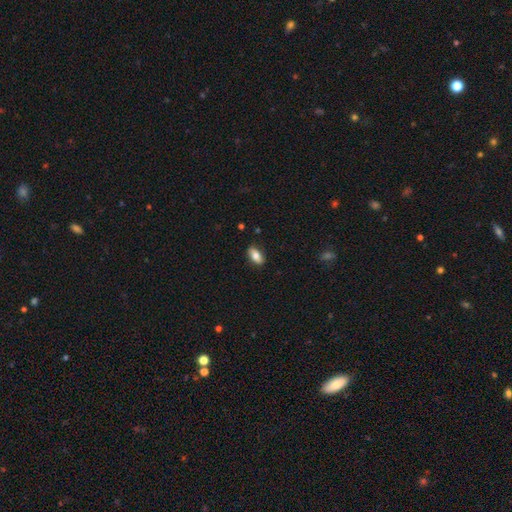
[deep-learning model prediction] Smooth or featured? Predicted: smooth (p=0.77). How rounded? Predicted: in between (p=0.89). Merging? Predicted: none (p=0.86).